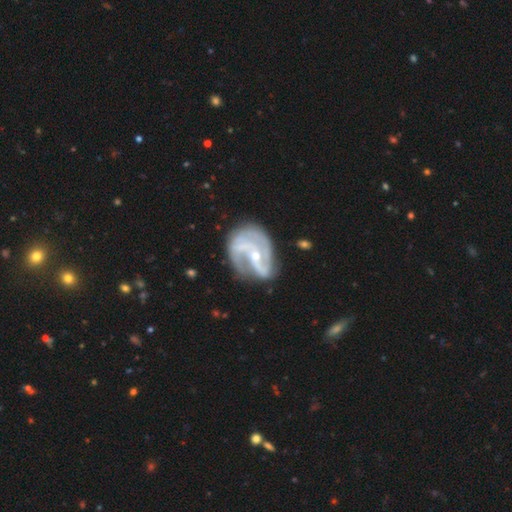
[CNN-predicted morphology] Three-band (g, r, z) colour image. It shows a featured or disk galaxy (89%) with a weak bar (38%), 2 (61%) medium (49%) spiral arms (95%) and a small central bulge (64%). Merging: none (56%).